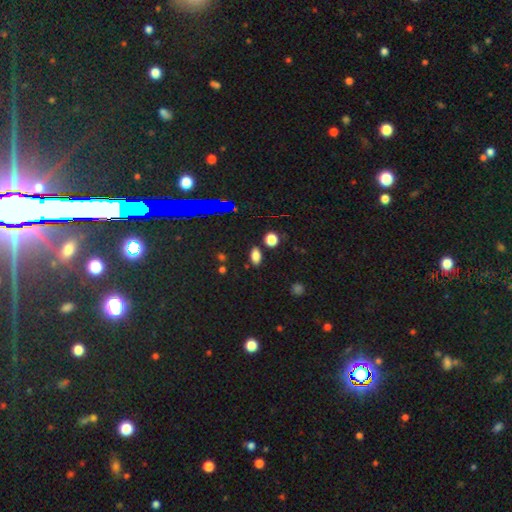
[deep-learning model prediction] smooth_or_featured: smooth (p=0.77) [alt: star or artifact p=0.16]
how_rounded: in between (p=0.86) [alt: round p=0.09]
merging: none (p=0.82) [alt: minor disturbance p=0.10]